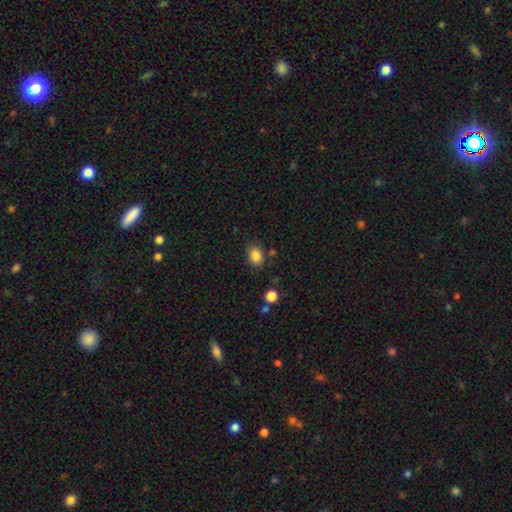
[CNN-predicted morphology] Overall: smooth (86%). How rounded: in between (72%). Merging: none (78%).